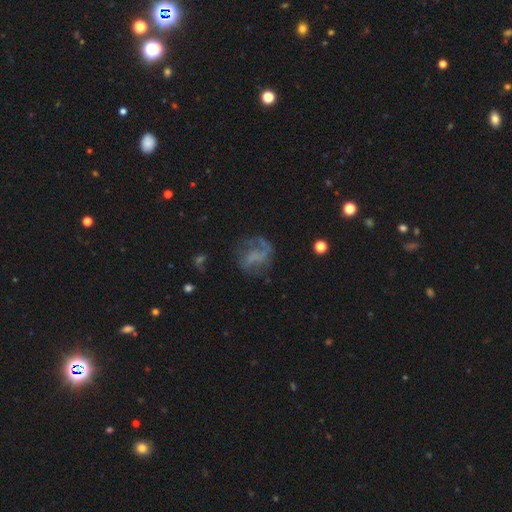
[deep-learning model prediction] Smooth or featured: featured or disk — 59% (smooth — 26%)
Edge-on disk: no — 97% (yes — 3%)
Bar: no — 55% (weak — 31%)
Spiral arms: yes — 70% (no — 30%)
Bulge size: none — 70% (small — 14%)
Merging: none — 49% (major disturbance — 28%)